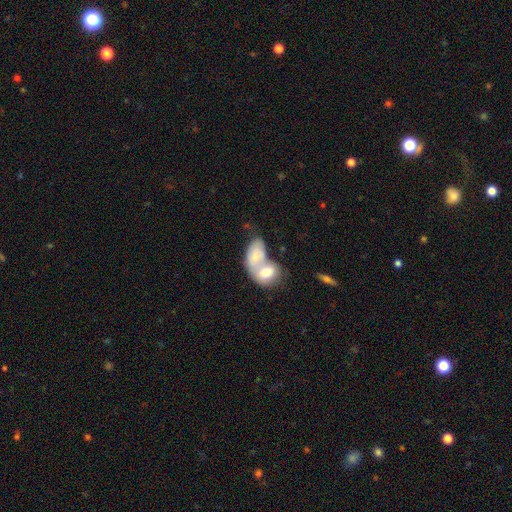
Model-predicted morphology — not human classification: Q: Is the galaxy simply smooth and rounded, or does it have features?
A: smooth — 70%.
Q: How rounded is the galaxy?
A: in between — 86%.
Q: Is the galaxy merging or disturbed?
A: merger — 77%.